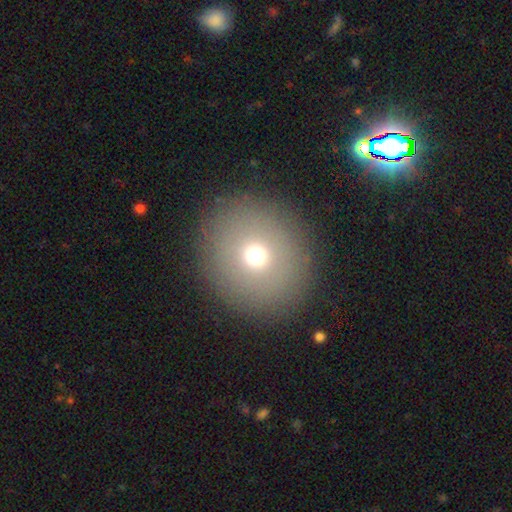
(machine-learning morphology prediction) smooth-or-featured: smooth: 67% | star or artifact: 17% | featured or disk: 15%
  how-rounded: round: 83% | in between: 16% | cigar-shaped: 1%
  merging: none: 87% | minor disturbance: 7% | major disturbance: 4% | merger: 1%